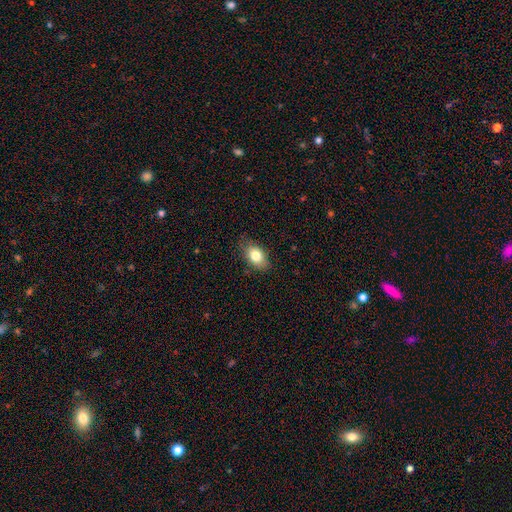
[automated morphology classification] Smooth or featured?
  - smooth: 79% *
  - featured or disk: 13%
  - star or artifact: 8%
How rounded?
  - in between: 85% *
  - round: 12%
  - cigar-shaped: 2%
Merging?
  - none: 78% *
  - minor disturbance: 18%
  - major disturbance: 4%
  - merger: 1%